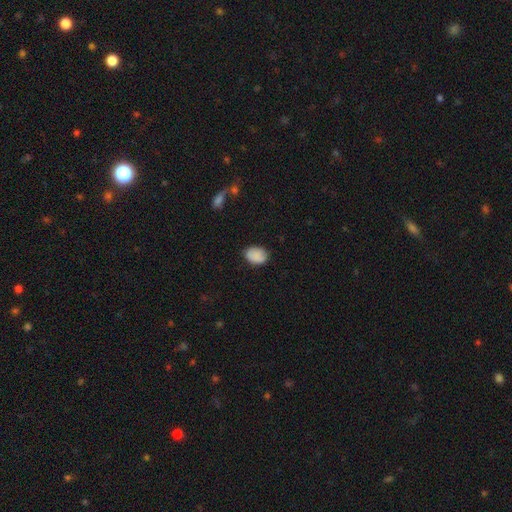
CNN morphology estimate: Smooth or featured?
  - smooth: 87% *
  - star or artifact: 8%
  - featured or disk: 5%
How rounded?
  - in between: 73% *
  - round: 26%
  - cigar-shaped: 1%
Merging?
  - none: 77% *
  - minor disturbance: 18%
  - major disturbance: 3%
  - merger: 1%